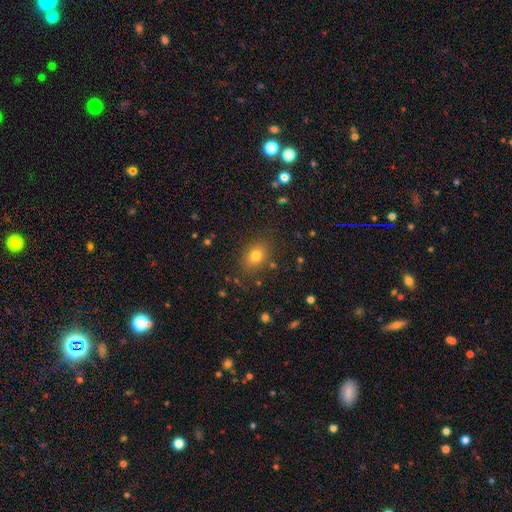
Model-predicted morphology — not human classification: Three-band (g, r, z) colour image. It shows a smooth galaxy with no disk features (77%) that is in between round and cigar-shaped (62%). Merging: none (83%).